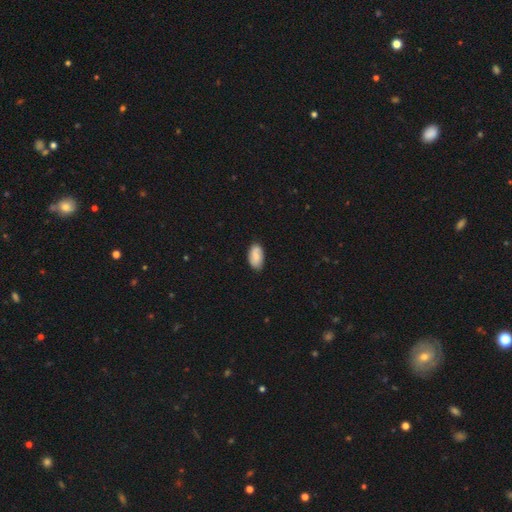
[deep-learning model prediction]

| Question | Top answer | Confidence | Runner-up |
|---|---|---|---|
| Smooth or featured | smooth | 77% | featured or disk (16%) |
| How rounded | in between | 94% | round (4%) |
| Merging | none | 80% | minor disturbance (16%) |